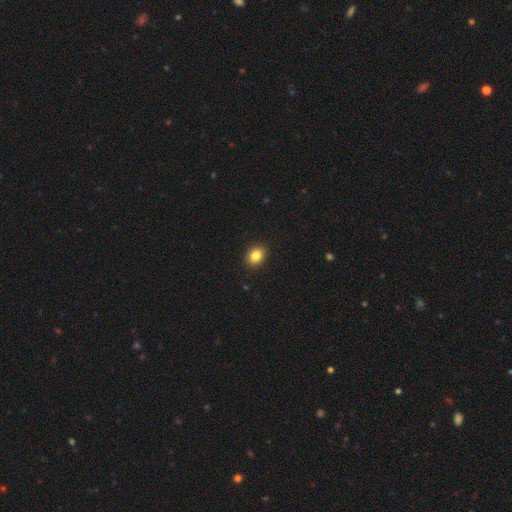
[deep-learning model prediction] This appears to be a smooth galaxy with no disk features (84%) that is in between round and cigar-shaped (56%). Merging: none (91%).